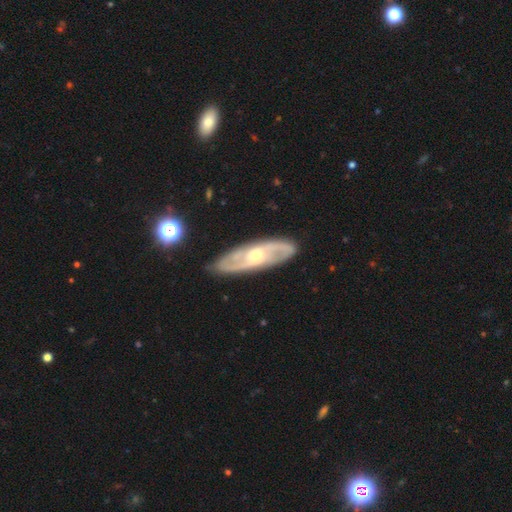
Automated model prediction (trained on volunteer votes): A featured or disk galaxy (83%) with no bar (51%), 2 (74%) medium (49%) spiral arms (93%) and a moderate central bulge (65%).

Vote fractions:
- Smooth or featured? featured or disk: 83% / smooth: 12% / star or artifact: 5%
- Edge-on disk? no: 83% / yes: 17%
- Bar? no: 51% / weak: 39% / strong: 10%
- Spiral arms? yes: 93% / no: 7%
- Spiral winding? medium: 49% / tight: 31% / loose: 21%
- Spiral arm count? 2: 74% / can't tell: 14% / 3: 6% / 4: 2% / 1: 2% / more than 4: 2%
- Bulge size? moderate: 65% / small: 21% / large: 10% / none: 2% / dominant: 1%
- Merging? none: 85% / minor disturbance: 11% / major disturbance: 3% / merger: 1%